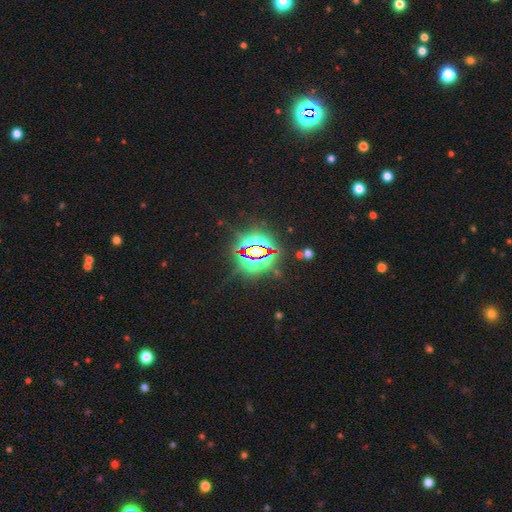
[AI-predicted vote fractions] Smooth or featured?
  - star or artifact: 83% *
  - smooth: 9%
  - featured or disk: 8%